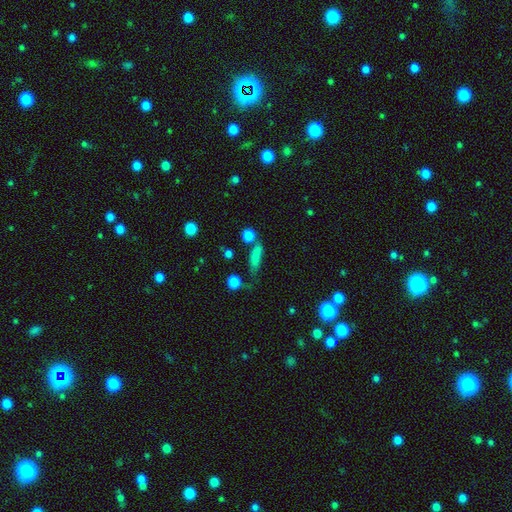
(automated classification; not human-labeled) The model was most divided on "how rounded": cigar-shaped: 51%, in between: 37%, round: 12%. More confident: smooth or featured — smooth (76%); merging — none (55%).